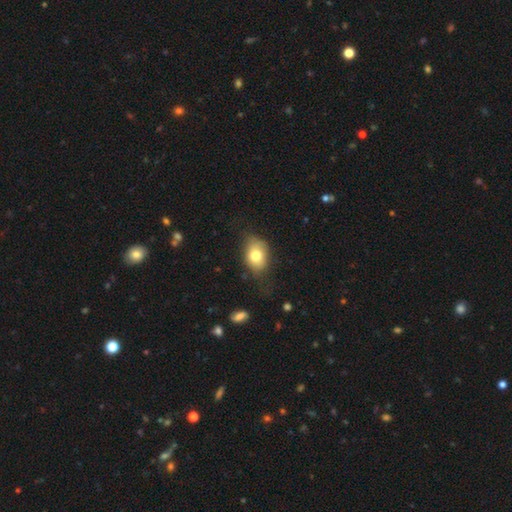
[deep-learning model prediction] Overall: smooth (77%). How rounded: in between (74%). Merging: none (64%; minor disturbance 26%).